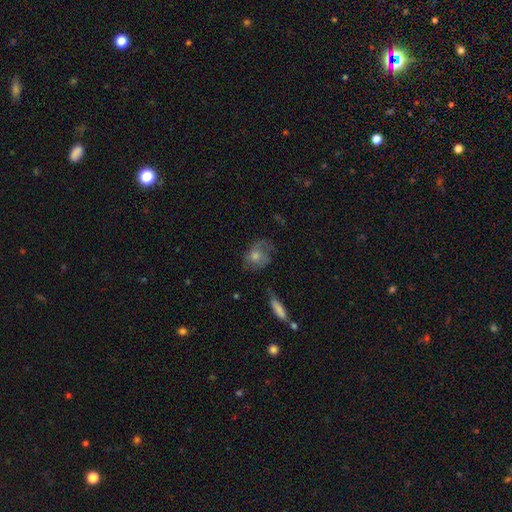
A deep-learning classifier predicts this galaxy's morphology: Smooth or featured: smooth — 47% (featured or disk — 41%)
Merging: none — 51% (minor disturbance — 26%)